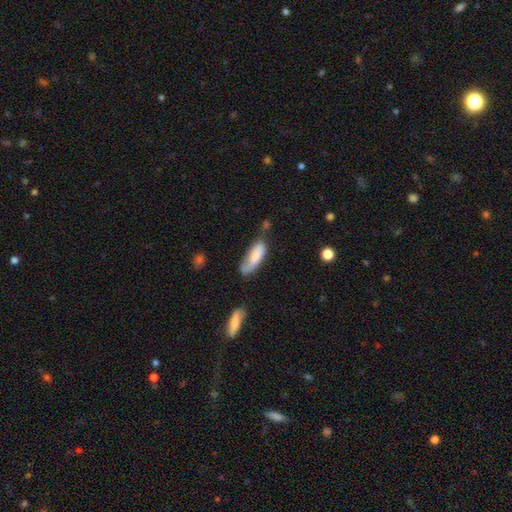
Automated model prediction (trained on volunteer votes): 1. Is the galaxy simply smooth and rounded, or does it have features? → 76% smooth, 18% featured or disk, 6% star or artifact.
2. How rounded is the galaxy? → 63% in between, 35% cigar-shaped, 2% round.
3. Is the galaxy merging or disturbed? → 41% none, 33% minor disturbance, 16% major disturbance, 10% merger.